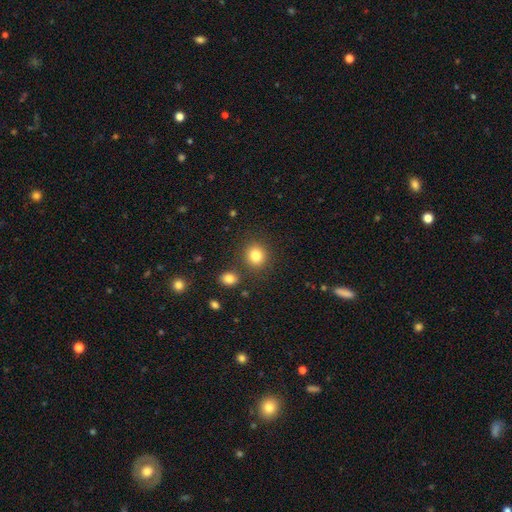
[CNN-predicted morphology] This appears to be a smooth galaxy with no disk features (83%) that is round (83%). Merging: none (83%).